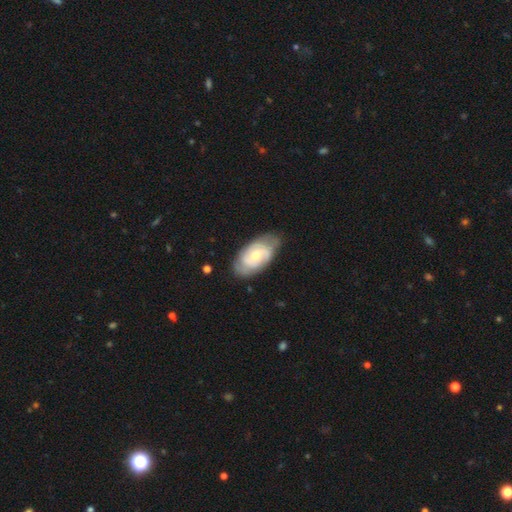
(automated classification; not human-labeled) featured or disk 72%, smooth 23%, star or artifact 5%. Down the decision tree: edge-on disk — no (95%); bar — no (63%); spiral arms — yes (90%); spiral arm count — 2 (49%); spiral winding — tight (56%); bulge size — moderate (56%); merging — none (71%).